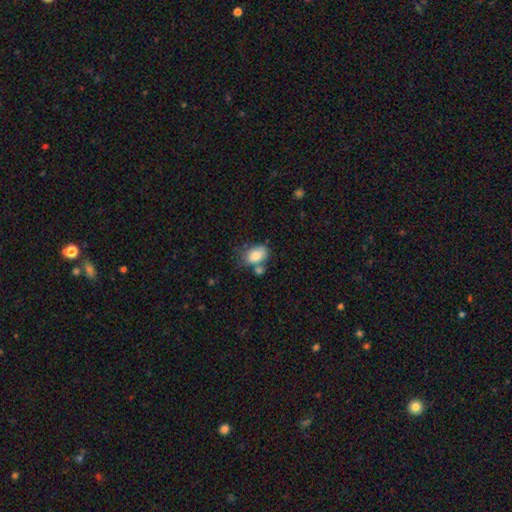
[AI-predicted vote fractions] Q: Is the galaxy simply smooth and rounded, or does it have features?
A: smooth — 82%.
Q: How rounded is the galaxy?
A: in between — 84%.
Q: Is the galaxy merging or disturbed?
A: none — 46%.